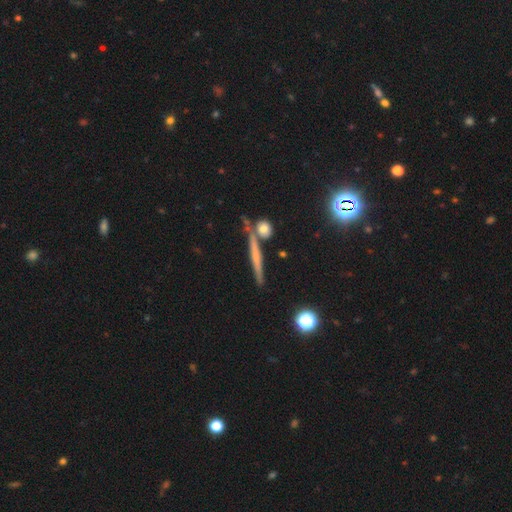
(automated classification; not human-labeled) Morphology: type=featured or disk (52%); edge-on=yes (94%); merging=none (79%).